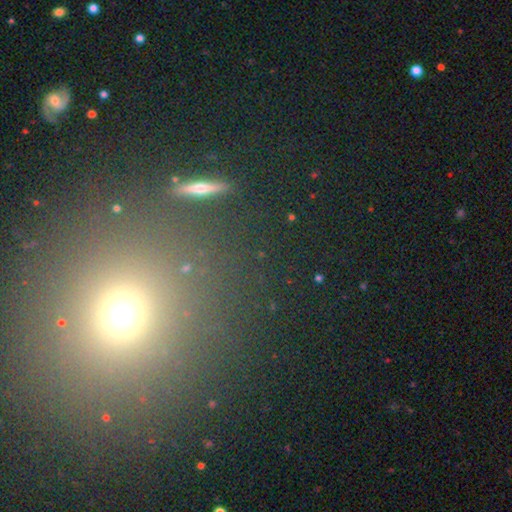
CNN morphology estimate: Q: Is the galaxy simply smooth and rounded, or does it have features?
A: star or artifact — 51%.